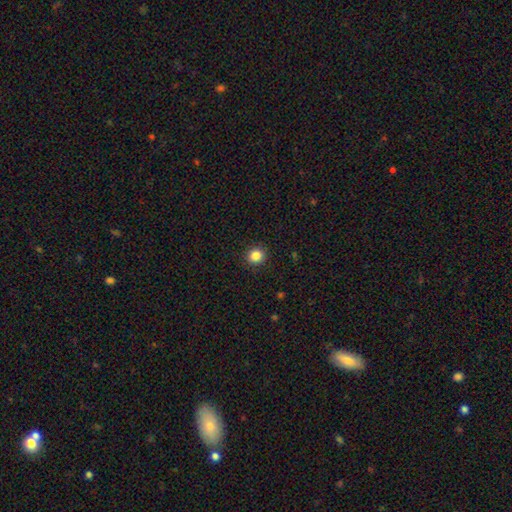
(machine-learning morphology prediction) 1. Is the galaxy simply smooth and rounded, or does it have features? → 85% smooth, 11% star or artifact, 4% featured or disk.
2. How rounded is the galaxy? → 86% round, 13% in between, 1% cigar-shaped.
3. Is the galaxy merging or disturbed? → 92% none, 5% minor disturbance, 2% major disturbance, 1% merger.